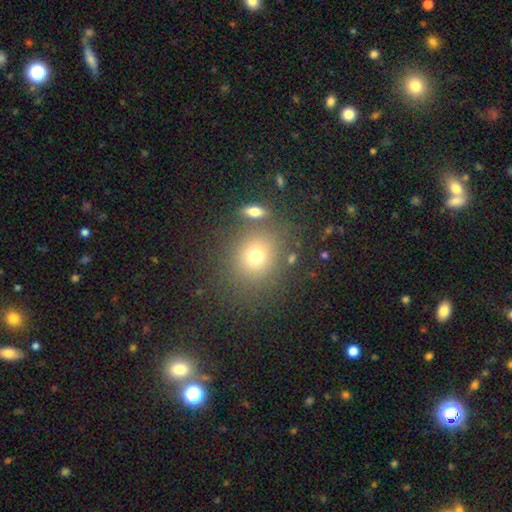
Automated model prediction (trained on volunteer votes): Q: Smooth or featured?
A: smooth (72%); runner-up: star or artifact (17%)
Q: How rounded?
A: round (77%); runner-up: in between (22%)
Q: Merging?
A: none (77%); runner-up: minor disturbance (10%)